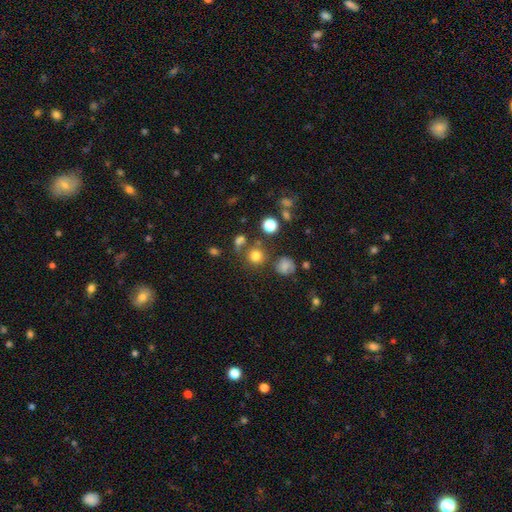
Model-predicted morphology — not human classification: The model was most divided on "smooth or featured": smooth: 75%, star or artifact: 17%, featured or disk: 8%. More confident: how rounded — round (90%); merging — none (72%).